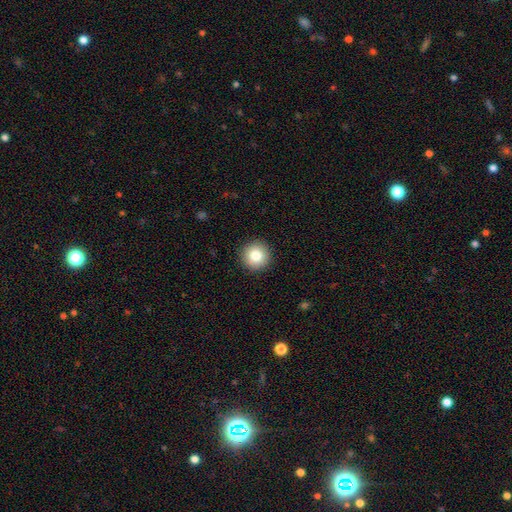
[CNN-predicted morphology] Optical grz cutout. It shows a smooth galaxy with no disk features (83%) that is round (95%). Merging: none (92%).